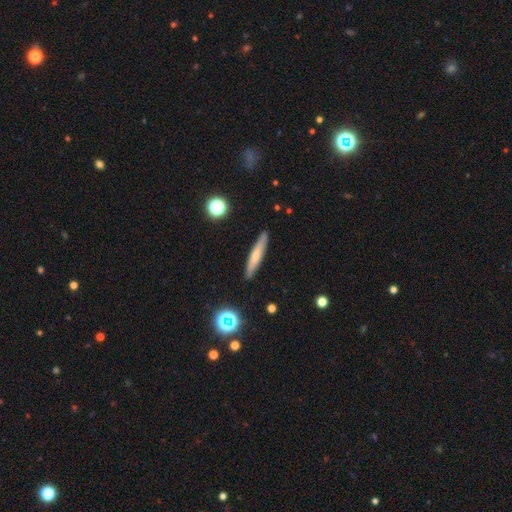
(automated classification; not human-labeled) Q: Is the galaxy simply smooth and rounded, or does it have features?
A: smooth — 56%.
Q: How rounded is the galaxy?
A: cigar-shaped — 92%.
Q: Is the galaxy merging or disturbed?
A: none — 89%.